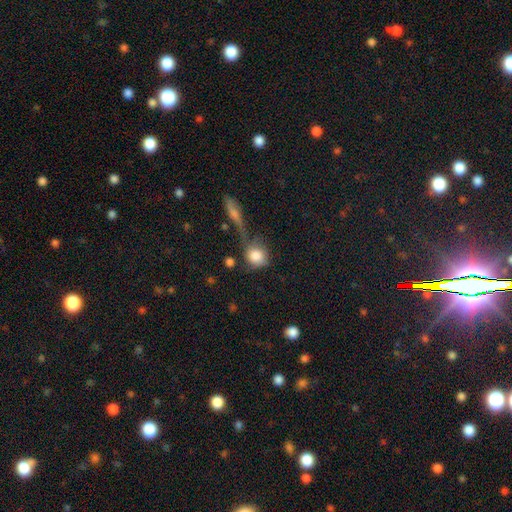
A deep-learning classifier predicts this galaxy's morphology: Smooth or featured? smooth (81%)
How rounded? round (77%)
Merging? none (40%)